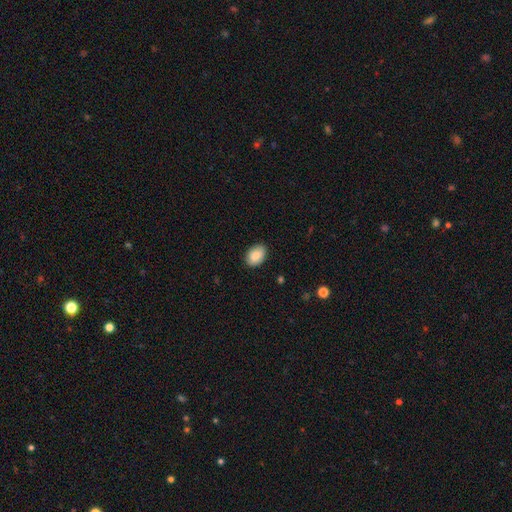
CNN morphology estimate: A smooth galaxy with no disk features (87%) that is in between round and cigar-shaped (84%).

Vote fractions:
- Smooth or featured? smooth: 87% / star or artifact: 7% / featured or disk: 6%
- How rounded? in between: 84% / round: 15% / cigar-shaped: 1%
- Merging? none: 87% / minor disturbance: 10% / major disturbance: 2% / merger: 1%